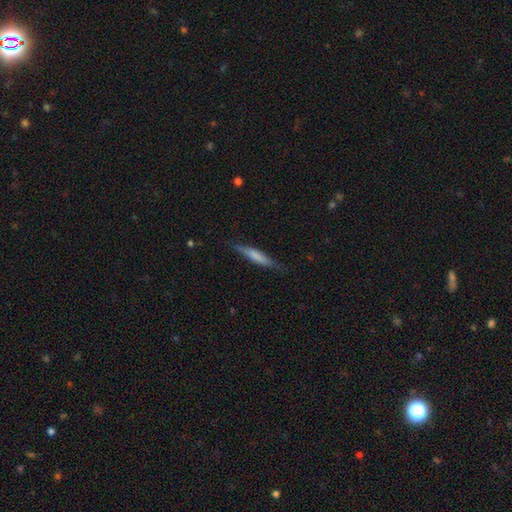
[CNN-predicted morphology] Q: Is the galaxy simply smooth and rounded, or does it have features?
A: smooth — 61%.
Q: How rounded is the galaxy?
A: cigar-shaped — 88%.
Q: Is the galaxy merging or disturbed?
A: none — 80%.